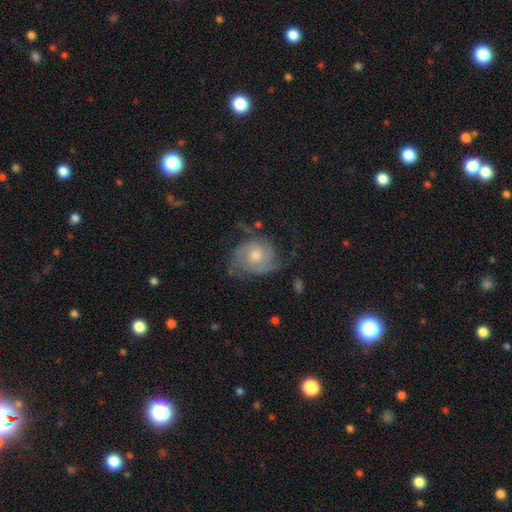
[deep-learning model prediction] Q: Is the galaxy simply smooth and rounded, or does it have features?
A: featured or disk — 72%.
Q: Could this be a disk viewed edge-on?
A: no — 97%.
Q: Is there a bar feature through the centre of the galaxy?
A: no — 73%.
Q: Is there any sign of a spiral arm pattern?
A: yes — 91%.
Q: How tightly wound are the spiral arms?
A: medium — 41%, tied with tight.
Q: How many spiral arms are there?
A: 2 — 53%.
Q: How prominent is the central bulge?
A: moderate — 62%.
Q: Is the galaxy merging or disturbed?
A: none — 56%.